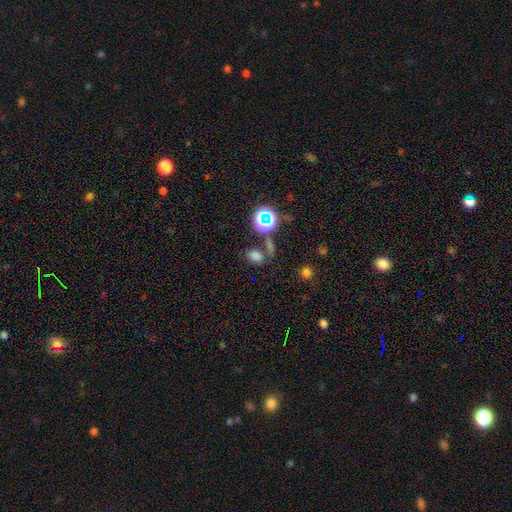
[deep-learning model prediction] smooth-or-featured: smooth: 66% | star or artifact: 27% | featured or disk: 7%
  how-rounded: in between: 71% | round: 27% | cigar-shaped: 2%
  merging: none: 60% | merger: 21% | minor disturbance: 12% | major disturbance: 6%